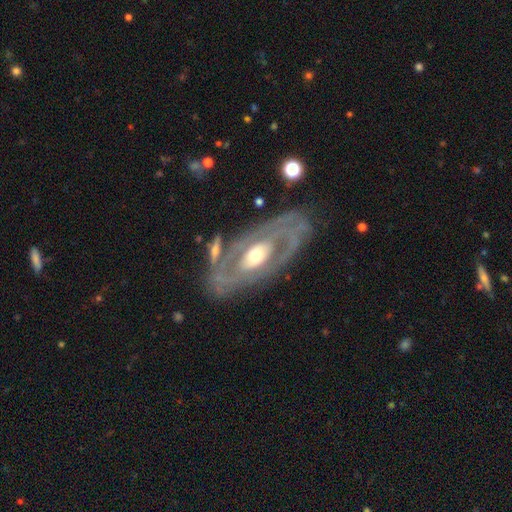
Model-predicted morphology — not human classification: Smooth or featured? featured or disk (80%)
Edge-on disk? no (90%)
Bar? no (70%)
Spiral arms? yes (57%)
Bulge size? moderate (68%)
Merging? none (70%)